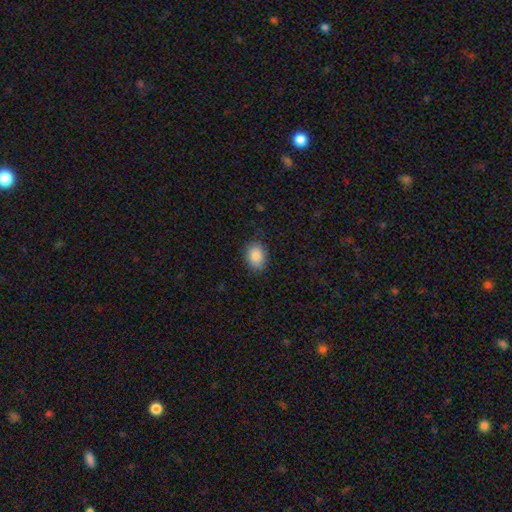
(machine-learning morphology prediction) Overall: smooth (88%). How rounded: in between (72%). Merging: none (84%).